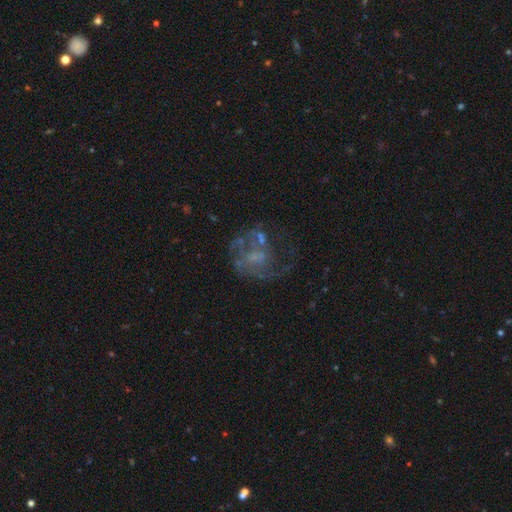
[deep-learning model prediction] A featured or disk galaxy (71%) with no bar (68%), spiral arms (64%) and no central bulge (46%). Merging: none (42%).